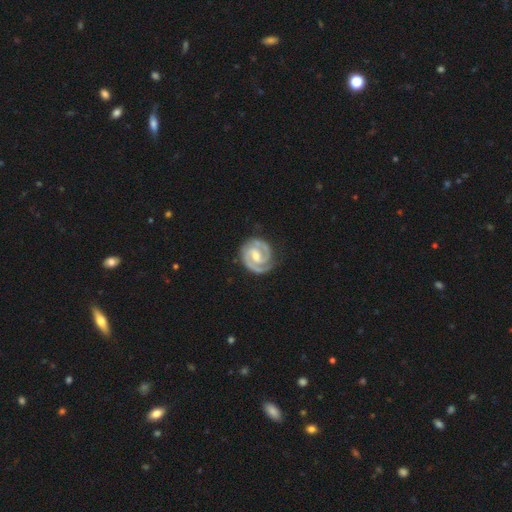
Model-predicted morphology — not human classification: smooth_or_featured: featured or disk (p=0.90) [alt: smooth p=0.06]
disk_edge_on: no (p=0.98) [alt: yes p=0.02]
bar: weak (p=0.52) [alt: strong p=0.24]
has_spiral_arms: yes (p=0.98) [alt: no p=0.02]
spiral_winding: tight (p=0.68) [alt: medium p=0.28]
spiral_arm_count: 2 (p=0.87) [alt: 3 p=0.04]
bulge_size: moderate (p=0.57) [alt: small p=0.35]
merging: none (p=0.81) [alt: minor disturbance p=0.14]